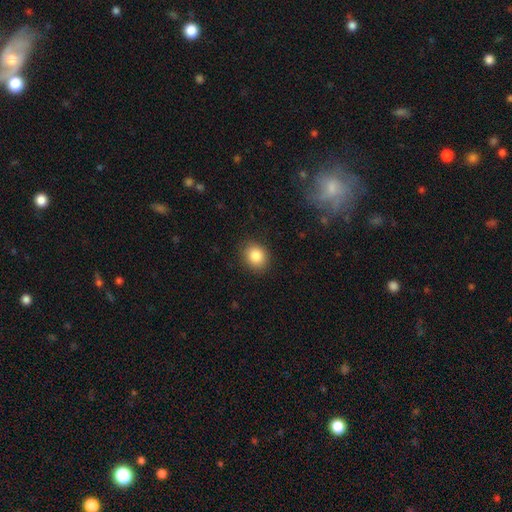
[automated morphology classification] Overall: smooth (85%). How rounded: round (68%; in between 31%). Merging: none (88%).